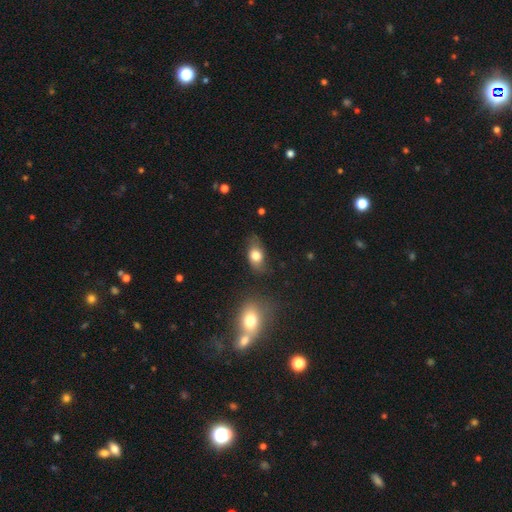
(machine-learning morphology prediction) This is likely a smooth galaxy (77%). How rounded: clearly in between (84%). Merging: likely none (71%).